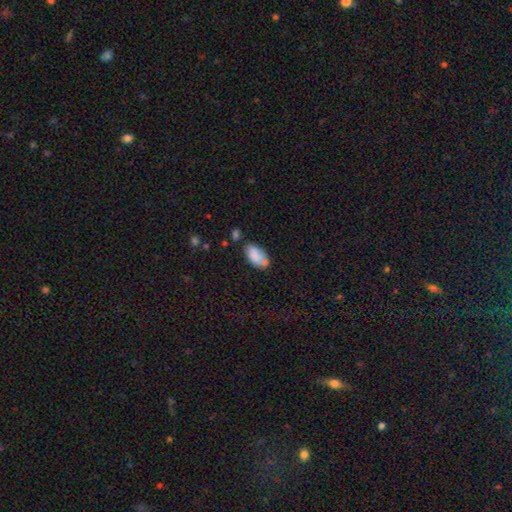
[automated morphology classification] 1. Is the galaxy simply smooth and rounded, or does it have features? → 83% smooth, 10% featured or disk, 7% star or artifact.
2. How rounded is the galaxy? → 94% in between, 3% round, 3% cigar-shaped.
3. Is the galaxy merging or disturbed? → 59% none, 23% minor disturbance, 12% merger, 6% major disturbance.